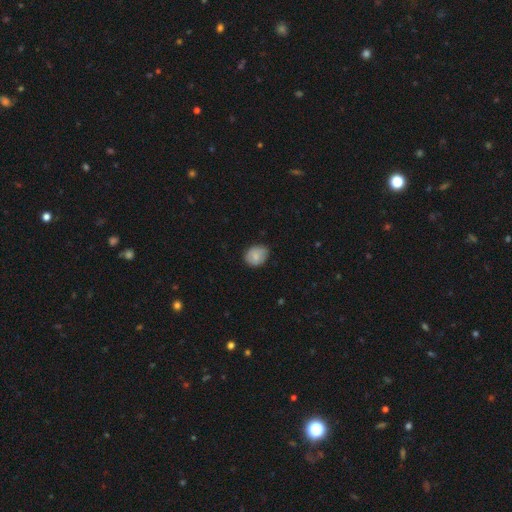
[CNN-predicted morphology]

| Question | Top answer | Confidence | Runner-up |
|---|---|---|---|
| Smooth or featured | smooth | 79% | featured or disk (14%) |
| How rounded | round | 53% | in between (46%) |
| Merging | none | 73% | minor disturbance (22%) |